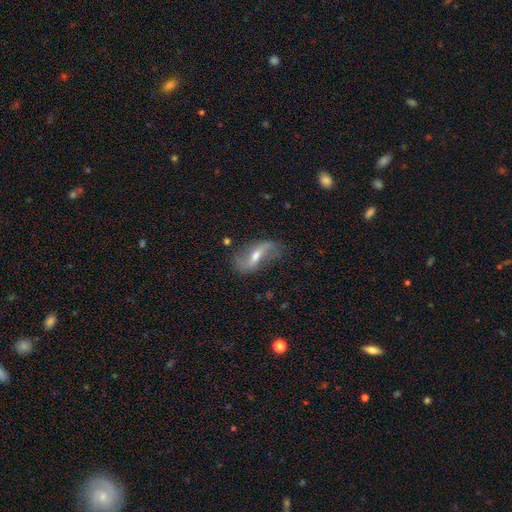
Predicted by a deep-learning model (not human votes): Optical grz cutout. It shows a featured or disk galaxy (78%) with a weak bar (42%), 2 (90%) loose (83%) spiral arms (90%) and a moderate central bulge (58%). Merging: none (72%).